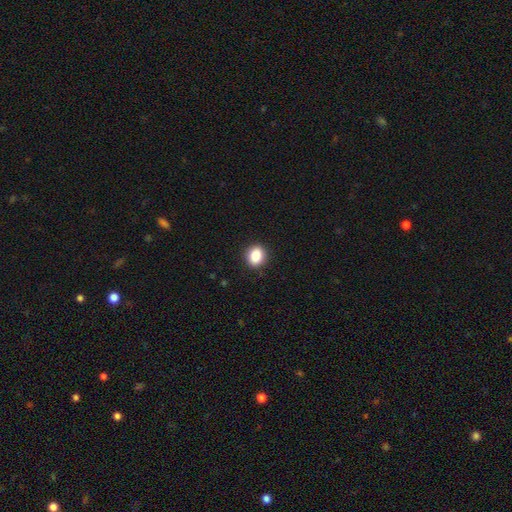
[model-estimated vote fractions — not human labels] A smooth galaxy with no disk features (86%) that is round (61%). Merging: none (90%).